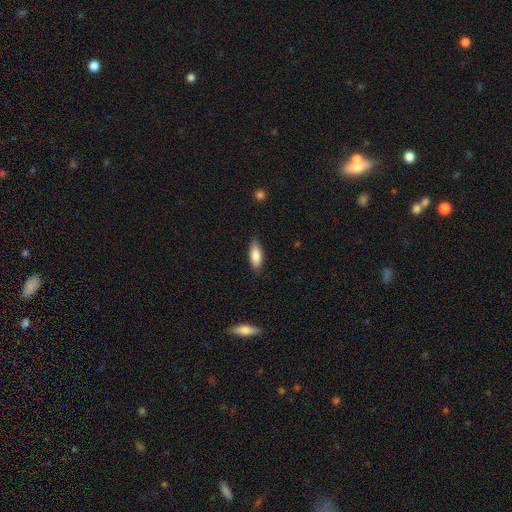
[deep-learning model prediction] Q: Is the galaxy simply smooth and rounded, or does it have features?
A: smooth — 86%.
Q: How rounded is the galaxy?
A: in between — 79%.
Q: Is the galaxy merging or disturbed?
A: none — 84%.